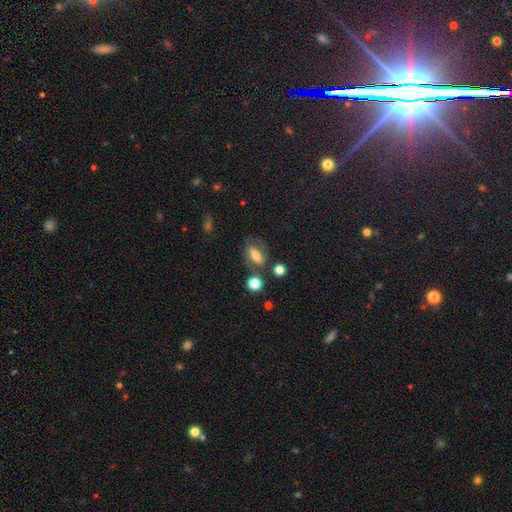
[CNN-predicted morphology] A smooth galaxy with no disk features (49%). Merging: none (56%).